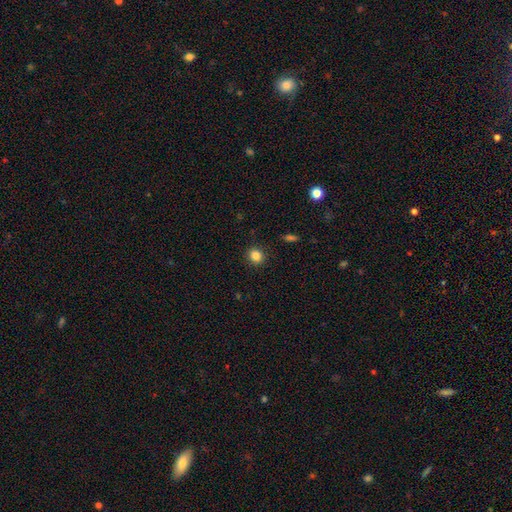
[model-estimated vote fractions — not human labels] Smooth or featured? smooth (85%)
How rounded? round (79%)
Merging? none (90%)